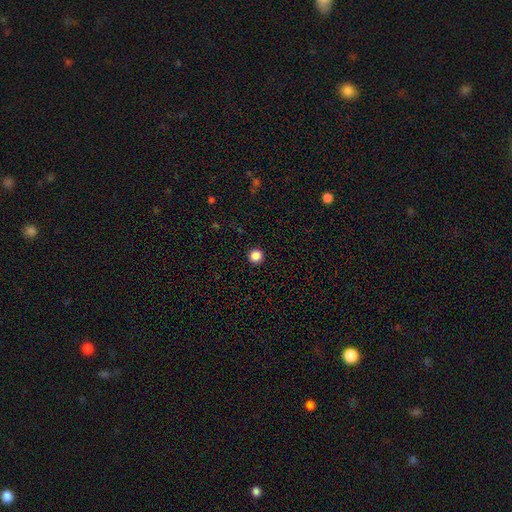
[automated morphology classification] Overall: smooth (86%). How rounded: round (96%). Merging: none (93%).